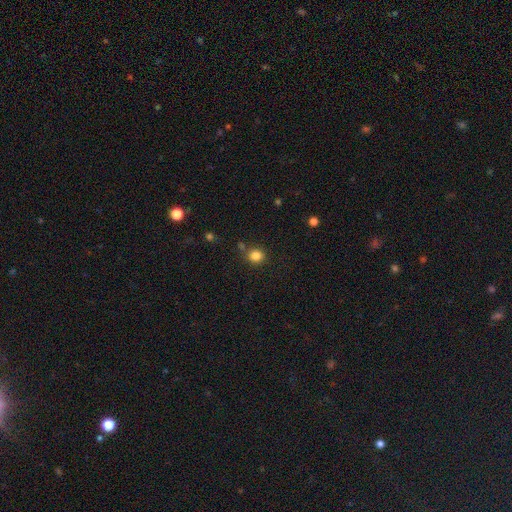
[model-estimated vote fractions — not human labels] smooth 83%, star or artifact 12%, featured or disk 5%. Down the decision tree: how rounded — round (85%); merging — none (79%).